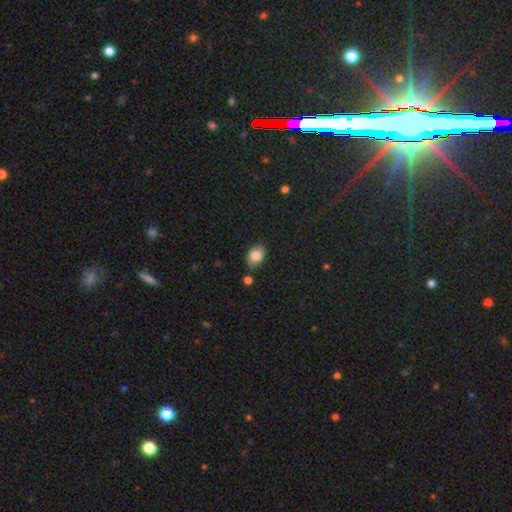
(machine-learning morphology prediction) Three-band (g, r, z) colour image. It shows a smooth galaxy with no disk features (79%) that is in between round and cigar-shaped (78%). Merging: none (72%).